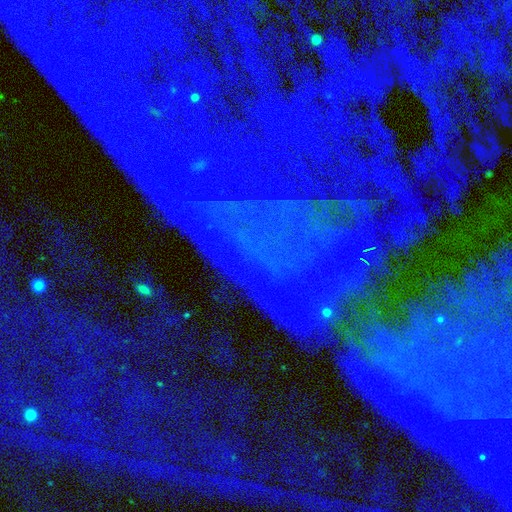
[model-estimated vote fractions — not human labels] Q: Smooth or featured?
A: star or artifact (85%); runner-up: featured or disk (8%)